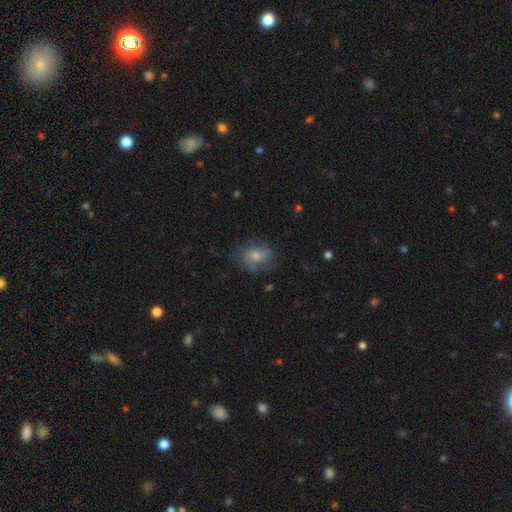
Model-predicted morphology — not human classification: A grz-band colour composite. It shows a featured or disk galaxy (52%). Merging: none (70%).